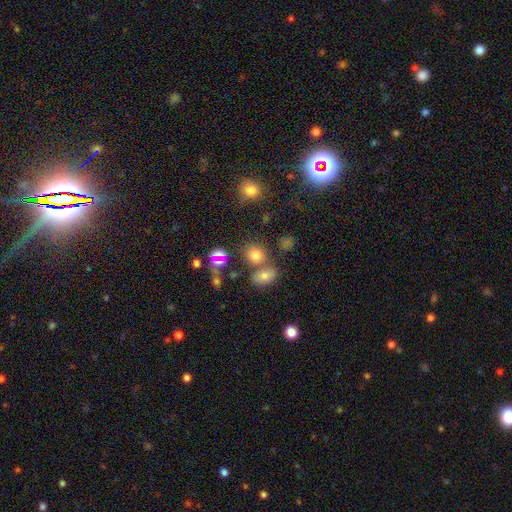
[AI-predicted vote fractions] This appears to be a smooth galaxy with no disk features (71%) that is round (65%). Merging: none (59%).